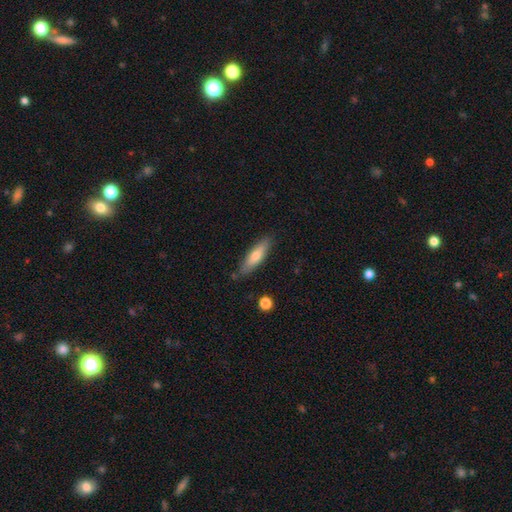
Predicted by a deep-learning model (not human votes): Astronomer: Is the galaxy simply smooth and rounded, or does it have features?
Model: smooth — 67%.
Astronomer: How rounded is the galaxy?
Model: cigar-shaped — 67%.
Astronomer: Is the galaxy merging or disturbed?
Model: none — 81%.